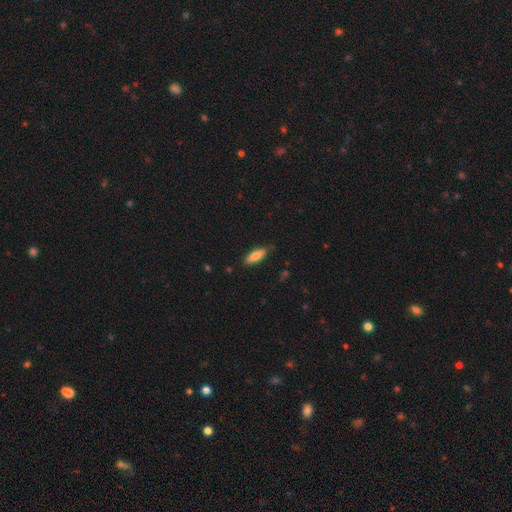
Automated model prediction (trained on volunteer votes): Smooth or featured: smooth — 71% (featured or disk — 23%)
How rounded: in between — 58% (cigar-shaped — 40%)
Merging: none — 83% (minor disturbance — 13%)